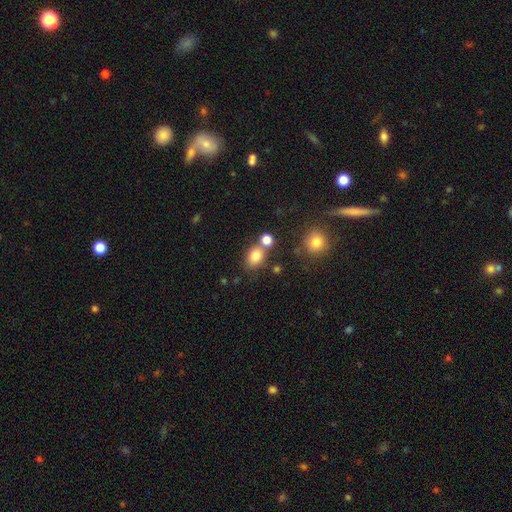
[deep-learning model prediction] The model was most divided on "how rounded": in between: 57%, round: 41%, cigar-shaped: 1%. More confident: smooth or featured — smooth (81%); merging — none (58%).